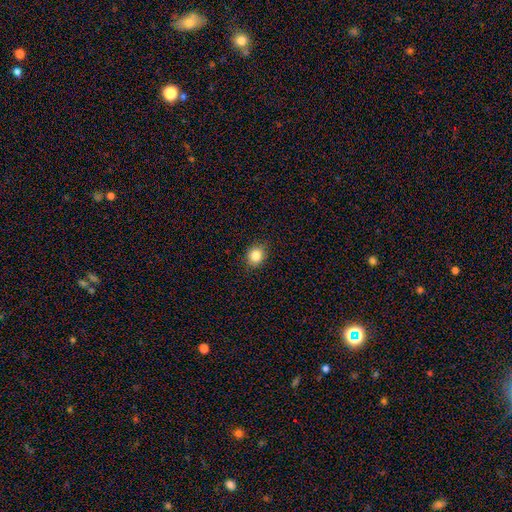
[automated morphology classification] smooth 85%, star or artifact 10%, featured or disk 5%. Down the decision tree: how rounded — round (68%); merging — none (89%).